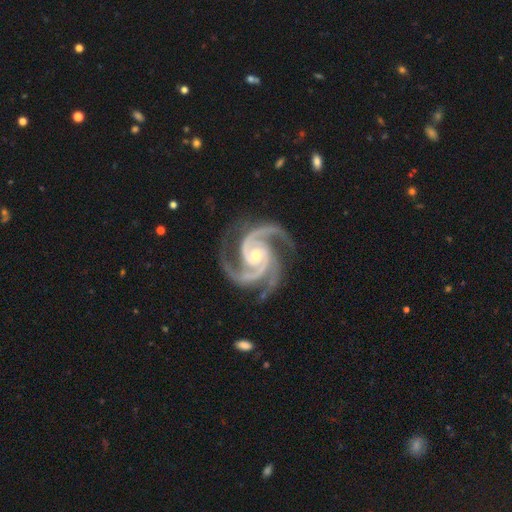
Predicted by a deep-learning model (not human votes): The model was most divided on "spiral winding": medium: 53%, tight: 43%, loose: 4%. More confident: spiral arms — yes (99%); edge-on disk — no (98%); smooth or featured — featured or disk (95%); merging — none (78%); bar — no (64%); spiral arm count — 3 (62%); bulge size — small (56%).